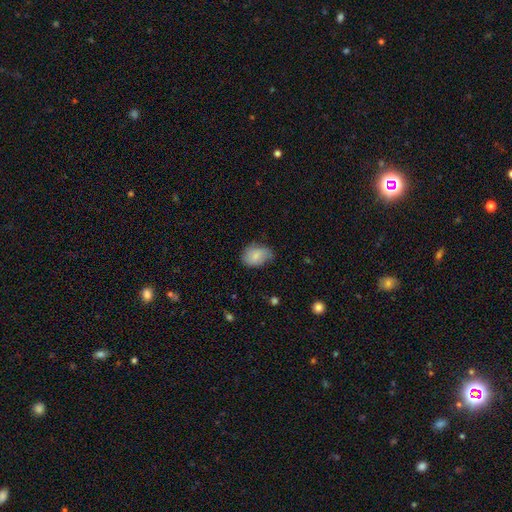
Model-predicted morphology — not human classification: The model was most divided on "merging": none: 60%, minor disturbance: 32%, major disturbance: 7%, merger: 1%. More confident: smooth or featured — smooth (78%); how rounded — in between (76%).